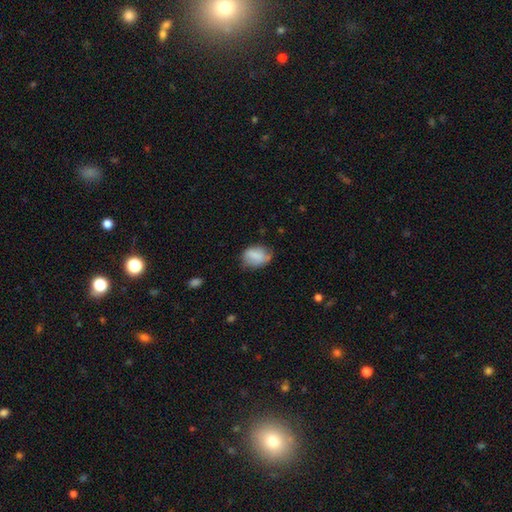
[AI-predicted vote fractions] This appears to be a smooth galaxy with no disk features (77%) that is in between round and cigar-shaped (75%). Merging: none (60%).